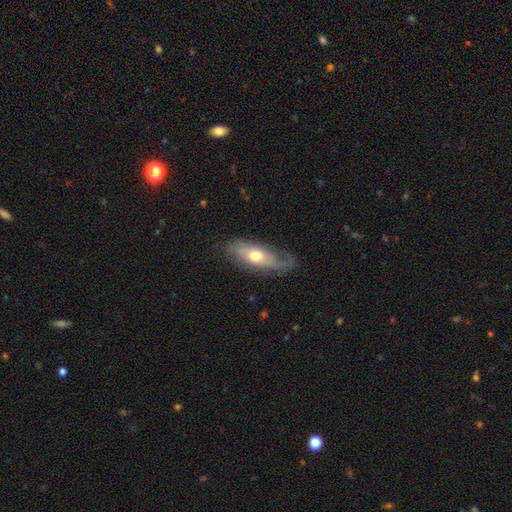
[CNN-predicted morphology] A featured or disk galaxy (49%). Merging: none (56%).